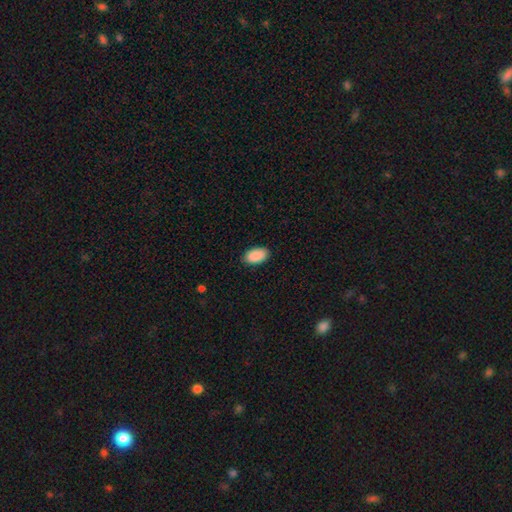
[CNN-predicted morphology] smooth_or_featured: smooth (p=0.91) [alt: star or artifact p=0.06]
how_rounded: in between (p=0.94) [alt: round p=0.04]
merging: none (p=0.87) [alt: minor disturbance p=0.10]